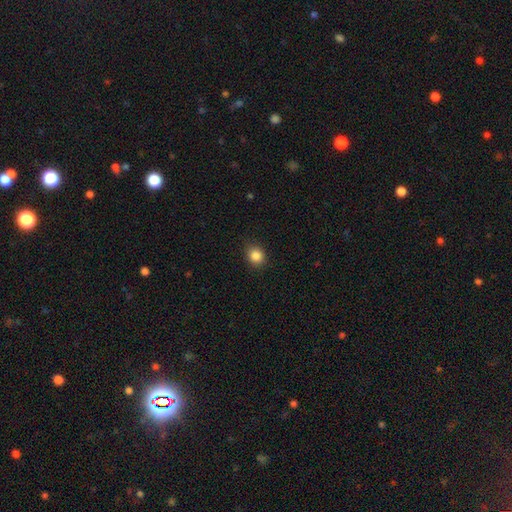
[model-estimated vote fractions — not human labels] Morphology: type=smooth (86%); roundness=round (74%); merging=none (88%).